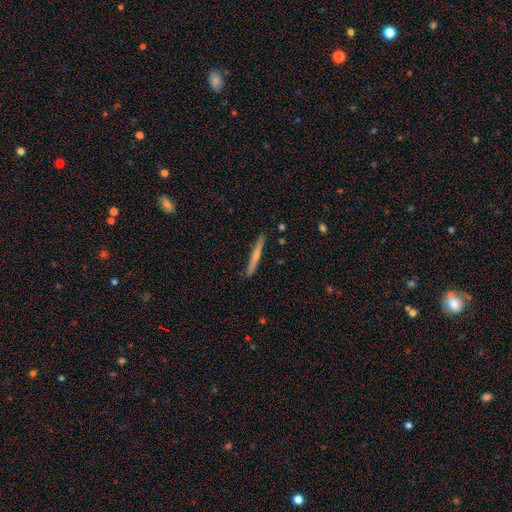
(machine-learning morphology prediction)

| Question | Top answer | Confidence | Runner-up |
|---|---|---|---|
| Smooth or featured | featured or disk | 48% | smooth (46%) |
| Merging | none | 90% | minor disturbance (7%) |